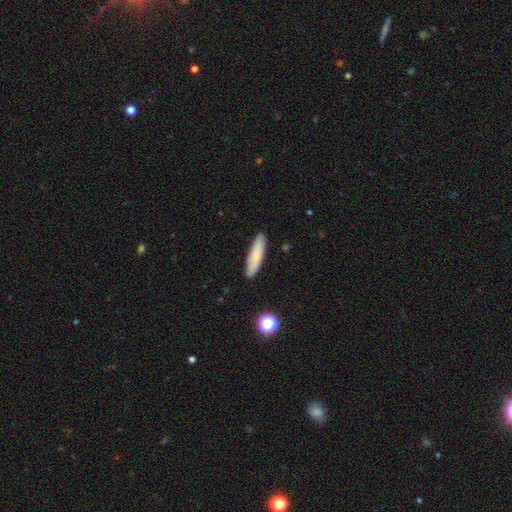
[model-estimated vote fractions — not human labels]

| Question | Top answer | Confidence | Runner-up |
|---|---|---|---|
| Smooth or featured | smooth | 80% | featured or disk (13%) |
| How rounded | cigar-shaped | 75% | in between (23%) |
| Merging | none | 88% | minor disturbance (9%) |